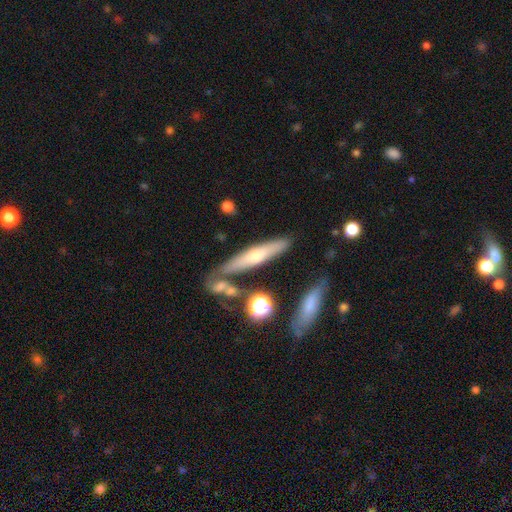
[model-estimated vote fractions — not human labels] Overall: featured or disk (48%; smooth 44%). Merging: none (75%).